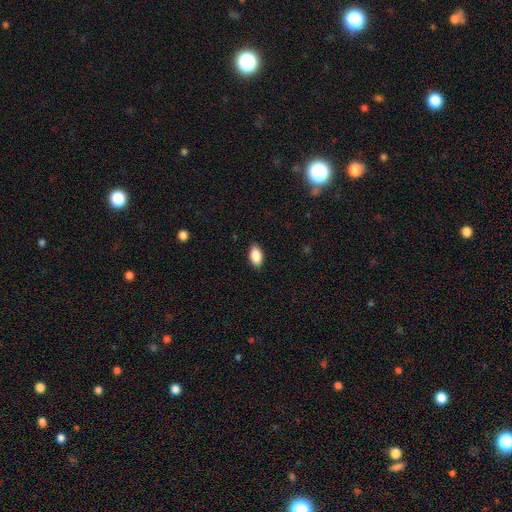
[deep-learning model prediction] smooth 89%, star or artifact 7%, featured or disk 4%. Down the decision tree: how rounded — in between (93%); merging — none (88%).